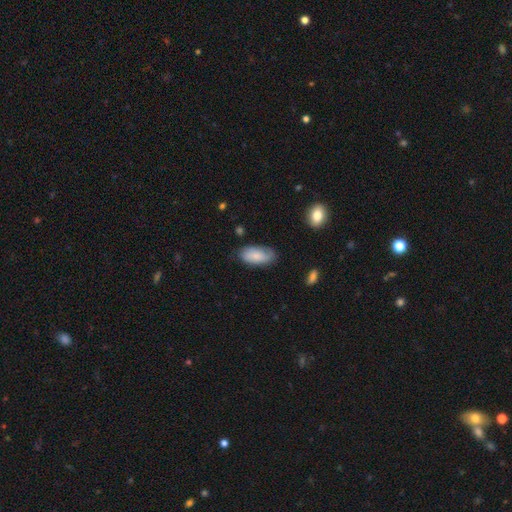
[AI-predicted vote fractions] Morphology: type=smooth (74%); roundness=in between (92%); merging=none (71%).